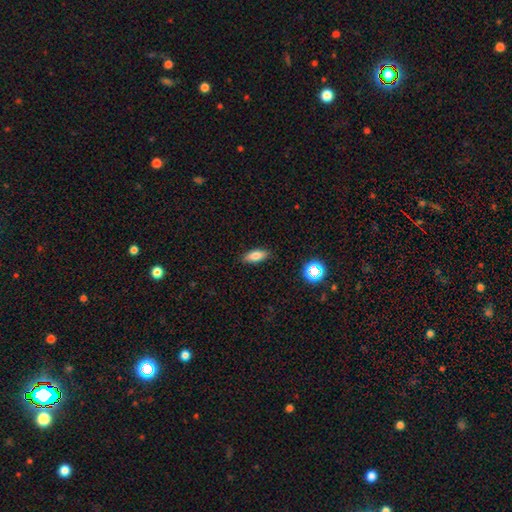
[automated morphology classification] This appears to be a smooth galaxy with no disk features (79%) that is in between round and cigar-shaped (80%). Merging: none (87%).